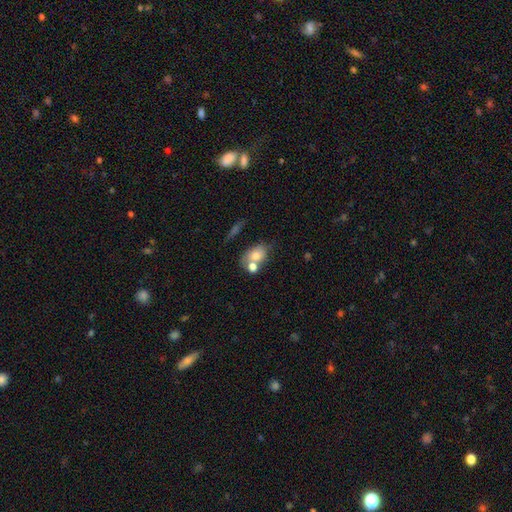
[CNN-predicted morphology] smooth 70%, featured or disk 20%, star or artifact 9%. Down the decision tree: how rounded — in between (68%); merging — merger (46%).